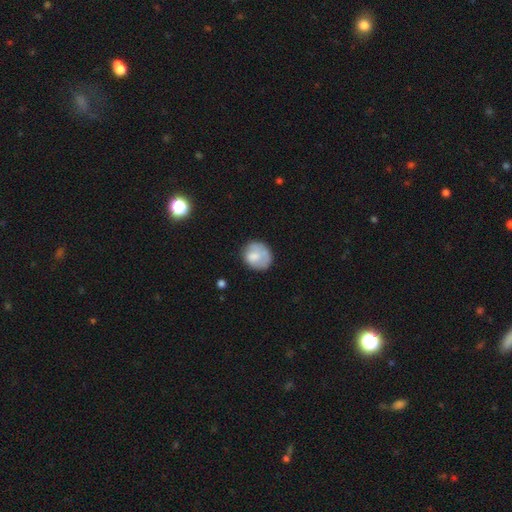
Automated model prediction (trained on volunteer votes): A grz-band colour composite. It shows a smooth galaxy with no disk features (73%) that is round (75%). Merging: none (63%).